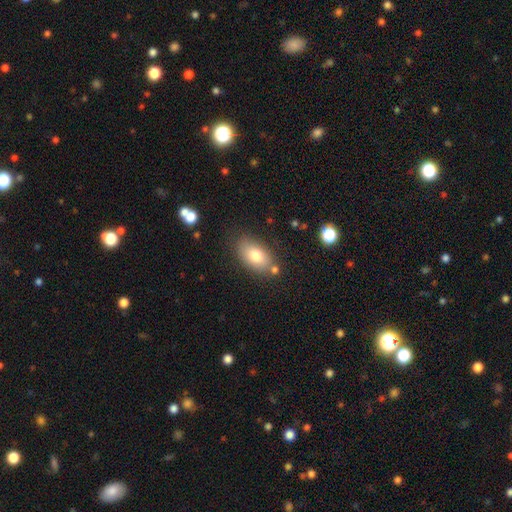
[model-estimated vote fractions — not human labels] This appears to be a smooth galaxy with no disk features (77%) that is in between round and cigar-shaped (91%). Merging: none (72%).